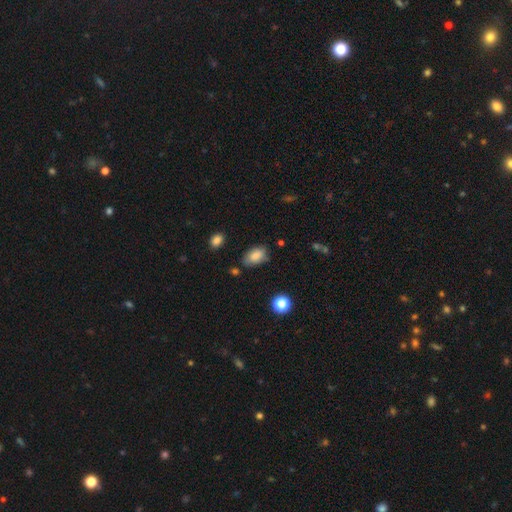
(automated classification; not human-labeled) Smooth or featured? smooth (83%)
How rounded? in between (90%)
Merging? none (67%)